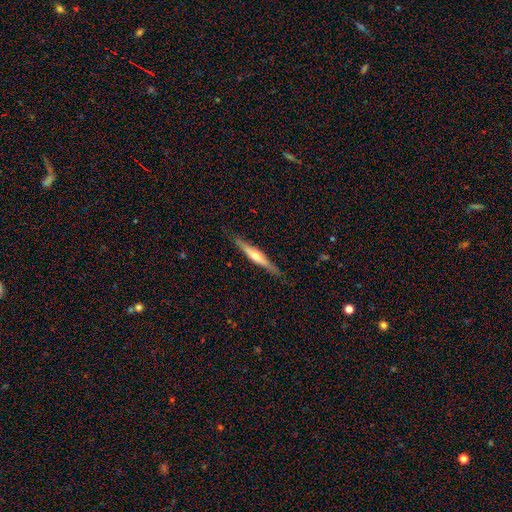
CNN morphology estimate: Smooth or featured?
  - featured or disk: 66% *
  - smooth: 28%
  - star or artifact: 6%
Edge-on disk?
  - yes: 96% *
  - no: 4%
Edge-on bulge?
  - rounded: 87% *
  - none: 7%
  - boxy: 5%
Merging?
  - none: 86% *
  - minor disturbance: 11%
  - major disturbance: 2%
  - merger: 1%